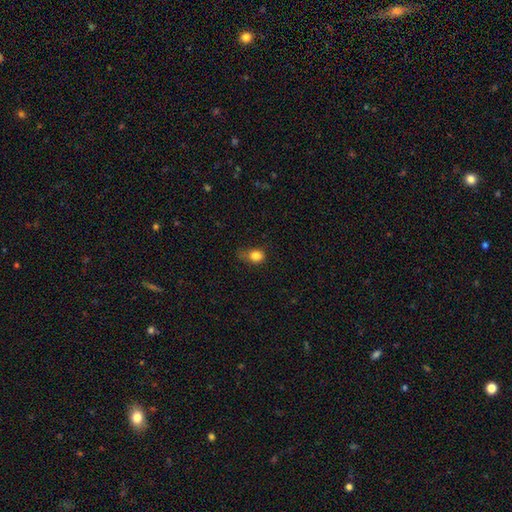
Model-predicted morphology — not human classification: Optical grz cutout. It shows a smooth galaxy with no disk features (83%) that is round (59%). Merging: none (52%).